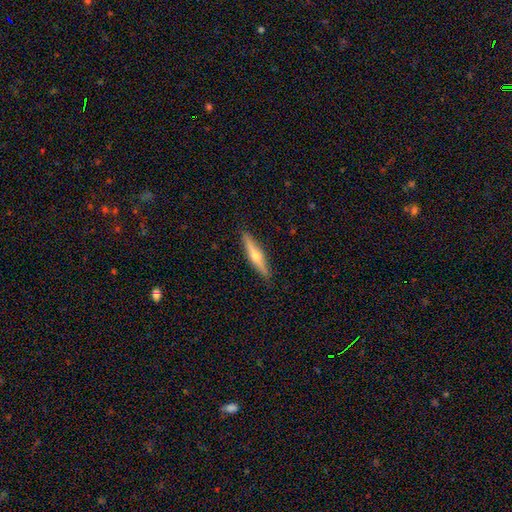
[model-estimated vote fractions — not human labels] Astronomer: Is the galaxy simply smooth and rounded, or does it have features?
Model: featured or disk — 64%.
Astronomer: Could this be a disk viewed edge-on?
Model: yes — 96%.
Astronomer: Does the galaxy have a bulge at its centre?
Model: rounded — 92%.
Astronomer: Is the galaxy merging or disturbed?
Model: none — 90%.